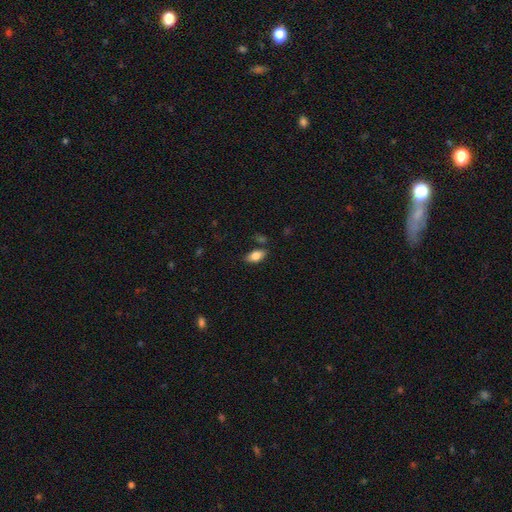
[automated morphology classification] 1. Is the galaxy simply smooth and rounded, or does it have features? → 80% smooth, 12% featured or disk, 7% star or artifact.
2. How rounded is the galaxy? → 90% in between, 6% cigar-shaped, 3% round.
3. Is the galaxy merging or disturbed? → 78% none, 14% minor disturbance, 5% merger, 3% major disturbance.